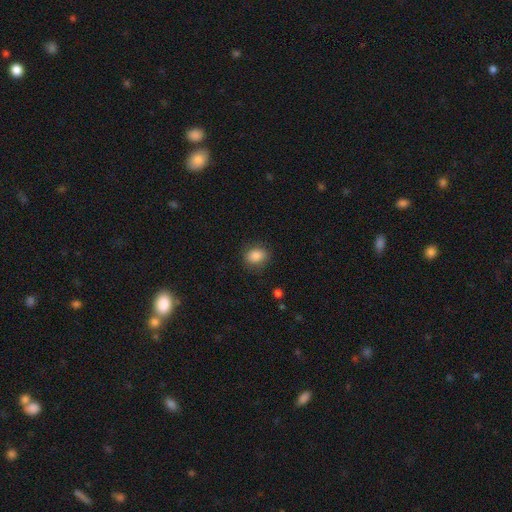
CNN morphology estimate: This is clearly a smooth galaxy (86%). How rounded: possibly in between (53%). Merging: clearly none (83%).